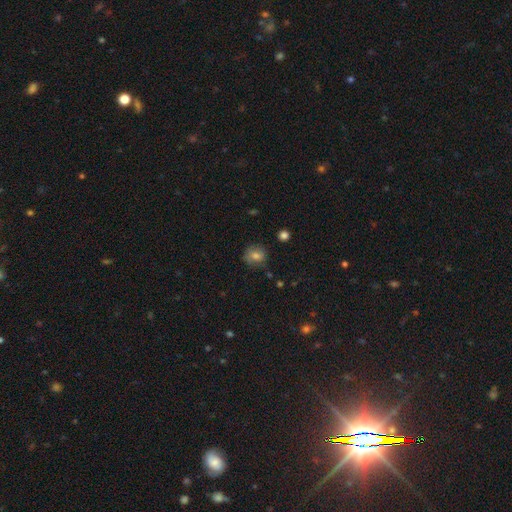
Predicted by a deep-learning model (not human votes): Smooth or featured? Predicted: smooth (p=0.76). How rounded? Predicted: round (p=0.80). Merging? Predicted: none (p=0.76).